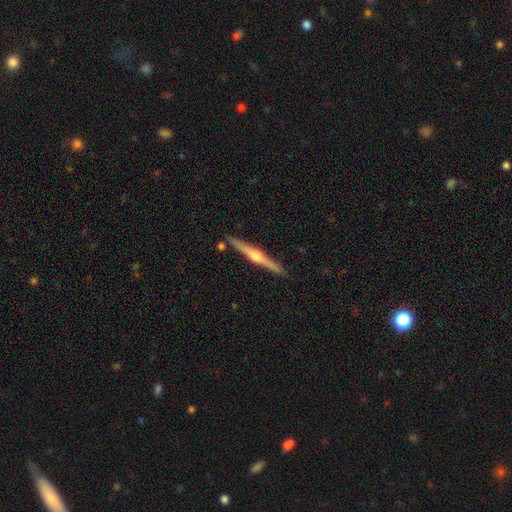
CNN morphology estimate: Overall: featured or disk (80%). Edge-on disk: yes (98%). Edge-on bulge: rounded (92%). Merging: none (90%).